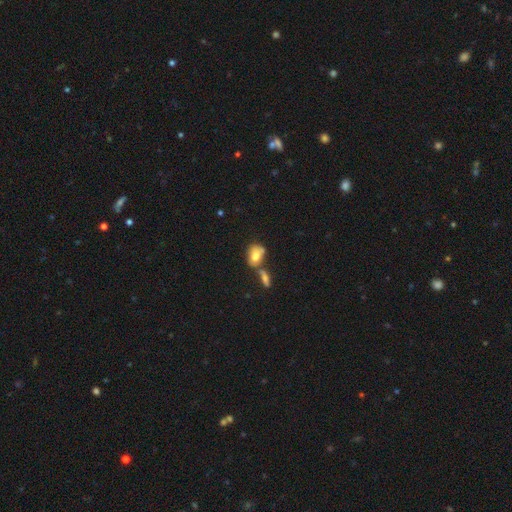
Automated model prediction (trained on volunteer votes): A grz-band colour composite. It shows a smooth galaxy with no disk features (72%) that is in between round and cigar-shaped (74%). Merging: merger (40%).